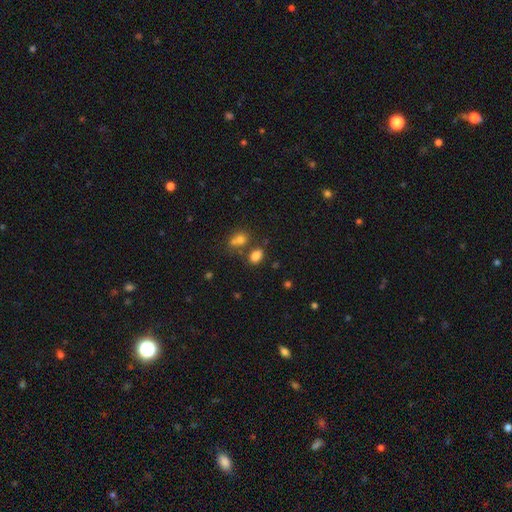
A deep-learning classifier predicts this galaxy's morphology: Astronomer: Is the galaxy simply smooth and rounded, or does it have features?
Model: smooth — 80%.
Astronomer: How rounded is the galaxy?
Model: in between — 72%.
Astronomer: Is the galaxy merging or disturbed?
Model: none — 64%.